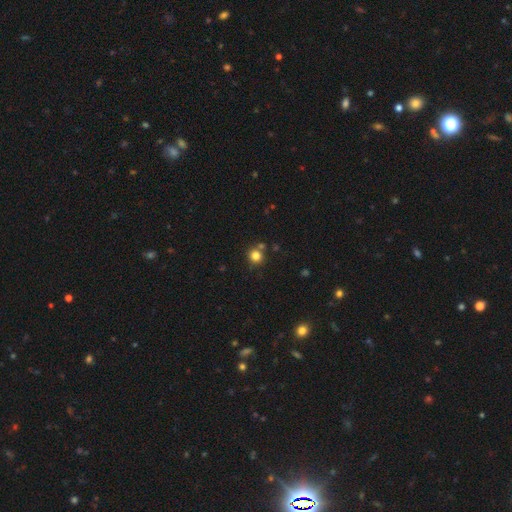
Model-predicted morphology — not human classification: smooth 81%, star or artifact 13%, featured or disk 6%. Down the decision tree: how rounded — round (92%); merging — none (76%).